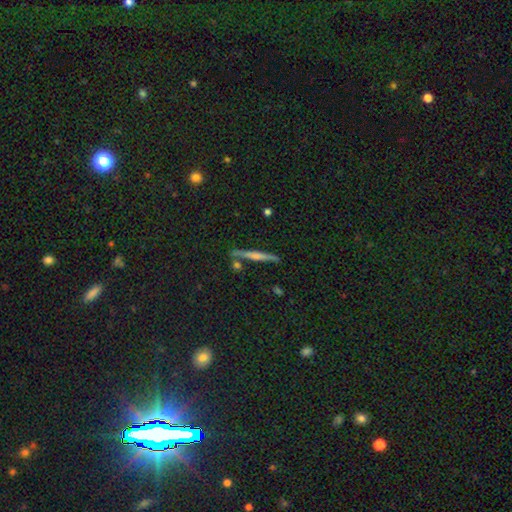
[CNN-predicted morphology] Smooth or featured? Predicted: featured or disk (p=0.58). Edge-on disk? Predicted: yes (p=0.97). Edge-on bulge? Predicted: rounded (p=0.57). Merging? Predicted: none (p=0.86).